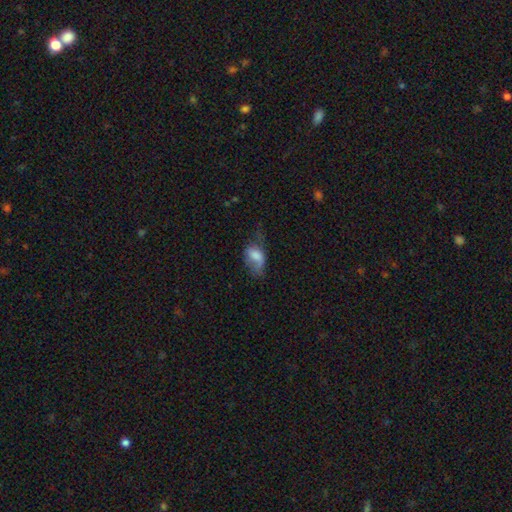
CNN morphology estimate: smooth 67%, featured or disk 23%, star or artifact 9%. Down the decision tree: how rounded — in between (88%); merging — major disturbance (36%).